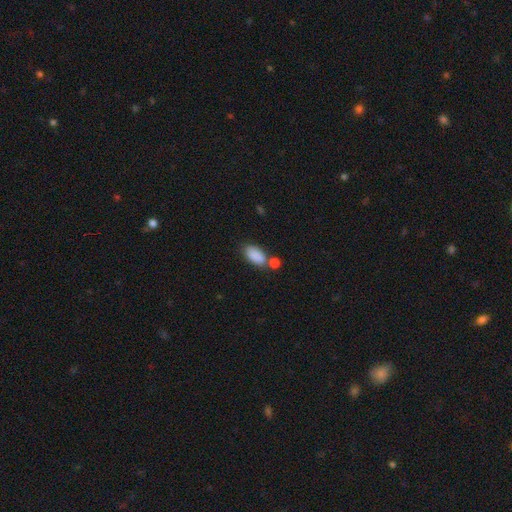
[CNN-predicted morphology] Smooth or featured?
  - smooth: 87% *
  - star or artifact: 7%
  - featured or disk: 5%
How rounded?
  - in between: 91% *
  - cigar-shaped: 5%
  - round: 4%
Merging?
  - none: 53% *
  - merger: 28%
  - minor disturbance: 14%
  - major disturbance: 5%